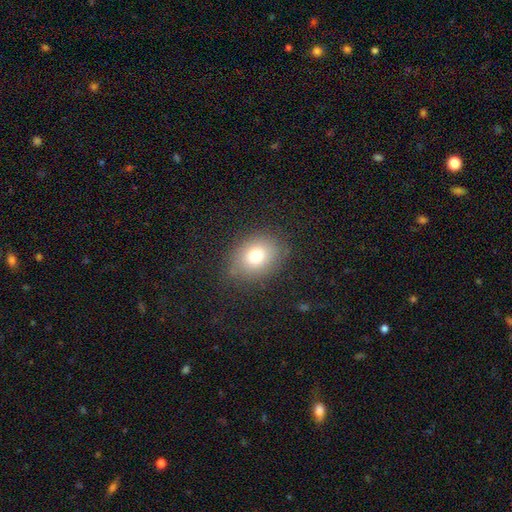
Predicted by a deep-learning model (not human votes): Smooth or featured? Predicted: smooth (p=0.75). How rounded? Predicted: in between (p=0.59). Merging? Predicted: none (p=0.80).